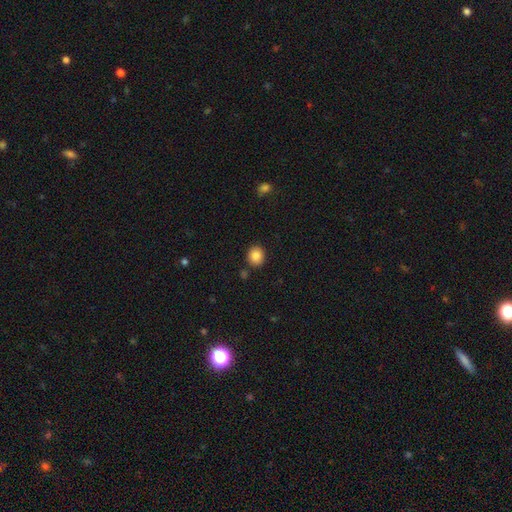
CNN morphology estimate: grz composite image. It shows a smooth galaxy with no disk features (85%) that is round (74%). Merging: none (86%).